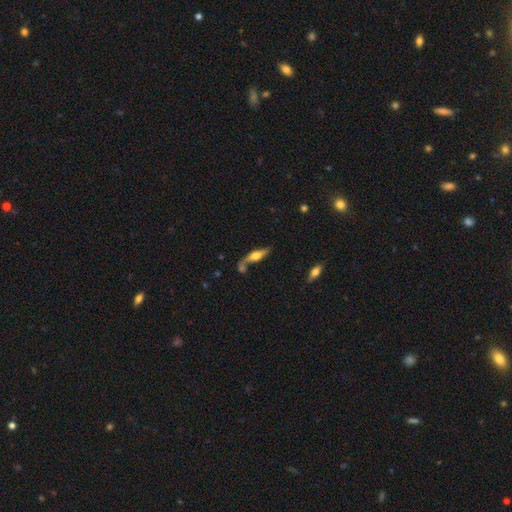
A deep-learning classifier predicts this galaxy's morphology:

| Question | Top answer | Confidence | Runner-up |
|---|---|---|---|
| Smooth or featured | featured or disk | 63% | smooth (30%) |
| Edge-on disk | yes | 84% | no (16%) |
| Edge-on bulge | rounded | 90% | boxy (7%) |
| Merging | none | 56% | minor disturbance (18%) |